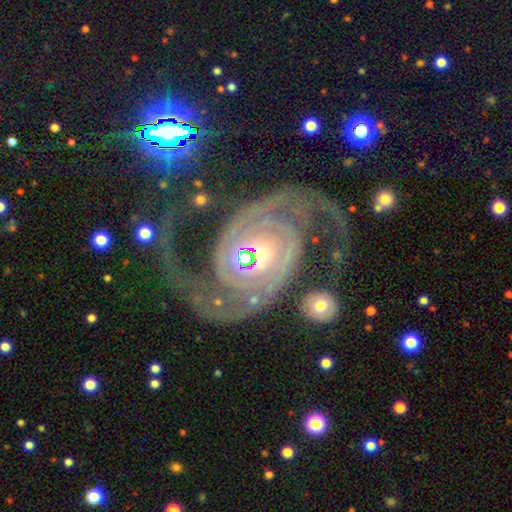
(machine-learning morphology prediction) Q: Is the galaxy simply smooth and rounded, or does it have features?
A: featured or disk — 92%.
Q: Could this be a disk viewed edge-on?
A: no — 98%.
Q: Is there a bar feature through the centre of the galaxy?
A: no — 61%.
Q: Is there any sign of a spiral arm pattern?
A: yes — 98%.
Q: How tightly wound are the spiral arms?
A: medium — 45%.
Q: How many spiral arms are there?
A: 2 — 89%.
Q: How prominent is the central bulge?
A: moderate — 59%.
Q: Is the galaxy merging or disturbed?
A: none — 54%.